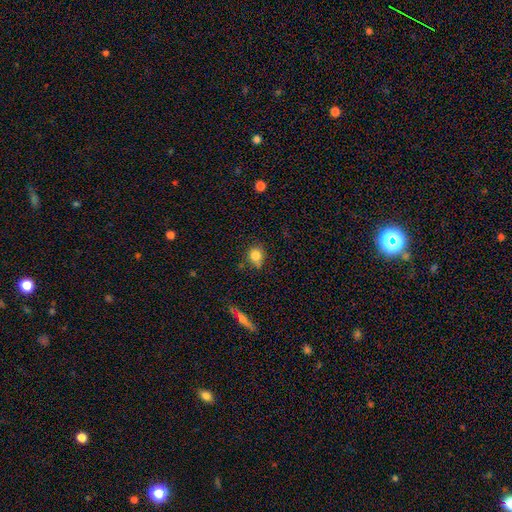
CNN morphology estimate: smooth 82%, star or artifact 10%, featured or disk 8%. Down the decision tree: how rounded — round (75%); merging — none (70%).